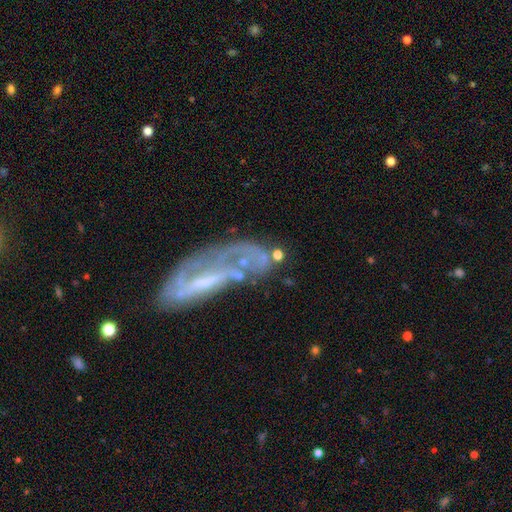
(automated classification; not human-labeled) Overall: featured or disk (66%). Edge-on disk: no (84%). Bar: no (44%; weak 33%). Spiral arms: yes (59%; no 41%). Bulge size: none (36%; small 32%). Merging: none (40%; major disturbance 29%).